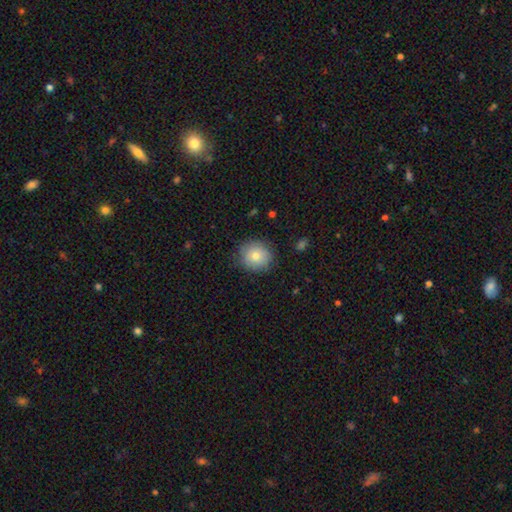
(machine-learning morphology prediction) Smooth or featured: smooth — 76% (featured or disk — 14%)
How rounded: round — 88% (in between — 12%)
Merging: none — 84% (minor disturbance — 12%)